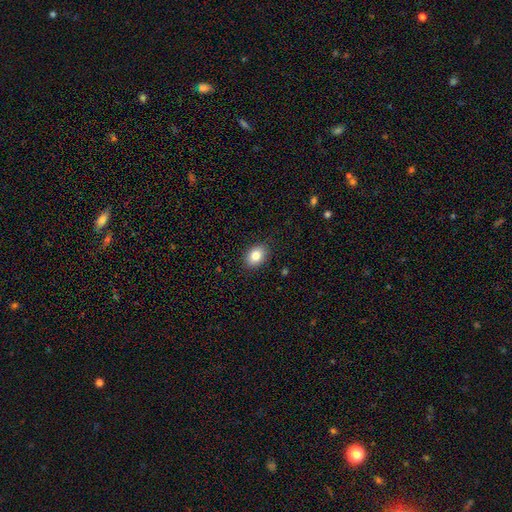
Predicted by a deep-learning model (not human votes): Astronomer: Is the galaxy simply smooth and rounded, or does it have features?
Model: smooth — 83%.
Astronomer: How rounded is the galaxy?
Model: in between — 72%.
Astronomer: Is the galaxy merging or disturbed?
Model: none — 89%.